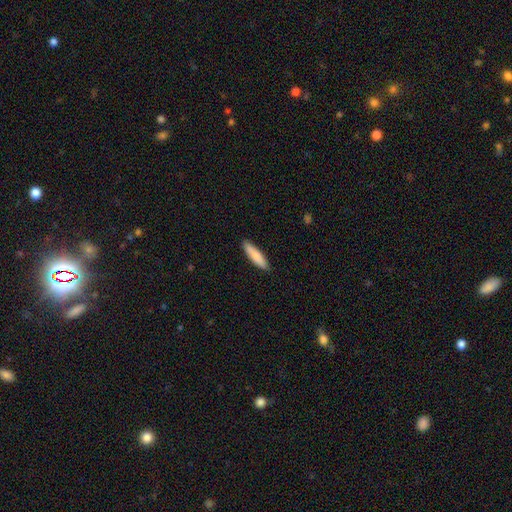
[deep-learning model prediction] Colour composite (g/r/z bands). It shows a smooth galaxy with no disk features (85%) that is cigar-shaped (72%). Merging: none (88%).